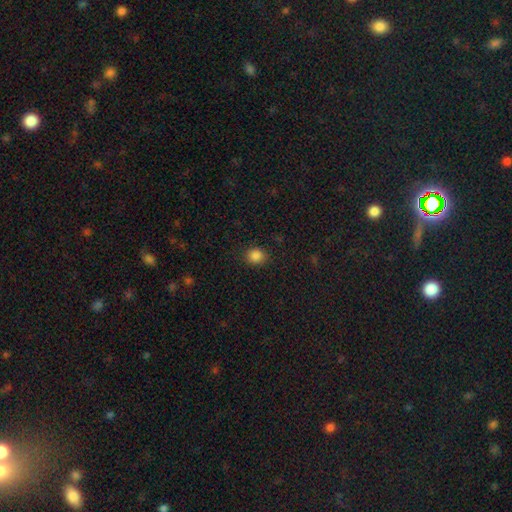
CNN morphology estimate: Overall: smooth (85%). How rounded: round (78%). Merging: none (89%).